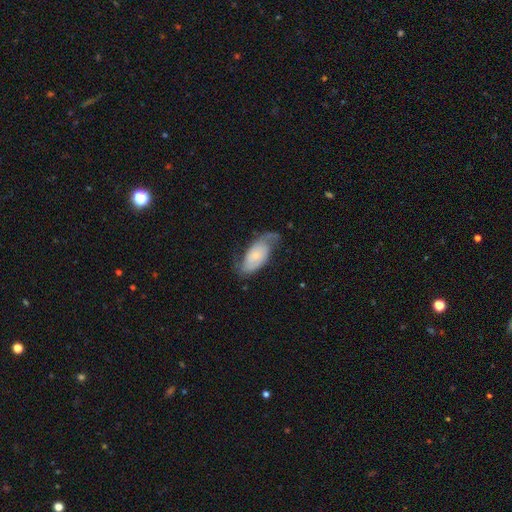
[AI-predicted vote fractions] smooth-or-featured: featured or disk: 56% | smooth: 38% | star or artifact: 6%
  disk-edge-on: no: 92% | yes: 8%
    bar: no: 75% | weak: 20% | strong: 5%
    has-spiral-arms: yes: 83% | no: 17%
    bulge-size: small: 67% | moderate: 22% | none: 6% | large: 3% | dominant: 2%
  merging: none: 50% | minor disturbance: 29% | major disturbance: 19% | merger: 2%